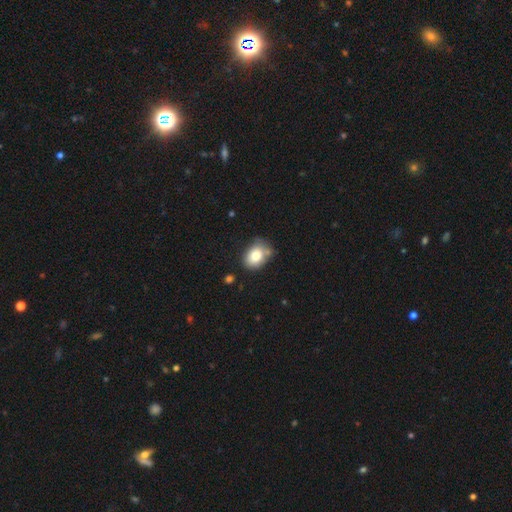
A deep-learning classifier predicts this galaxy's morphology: Smooth or featured? smooth (78%)
How rounded? in between (69%)
Merging? none (59%)